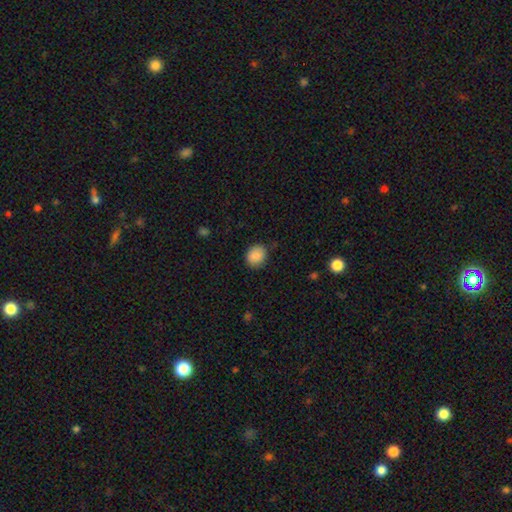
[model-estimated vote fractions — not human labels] smooth_or_featured: smooth (p=0.88) [alt: star or artifact p=0.08]
how_rounded: round (p=0.68) [alt: in between p=0.31]
merging: none (p=0.81) [alt: minor disturbance p=0.15]